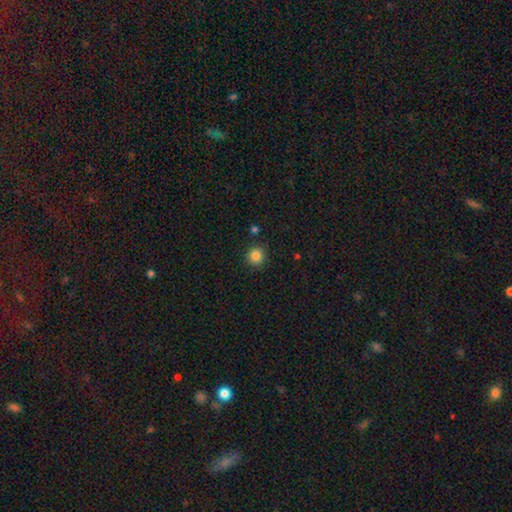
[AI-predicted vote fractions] Smooth or featured?
  - smooth: 85% *
  - star or artifact: 11%
  - featured or disk: 4%
How rounded?
  - round: 93% *
  - in between: 6%
  - cigar-shaped: 1%
Merging?
  - none: 89% *
  - minor disturbance: 7%
  - merger: 2%
  - major disturbance: 2%